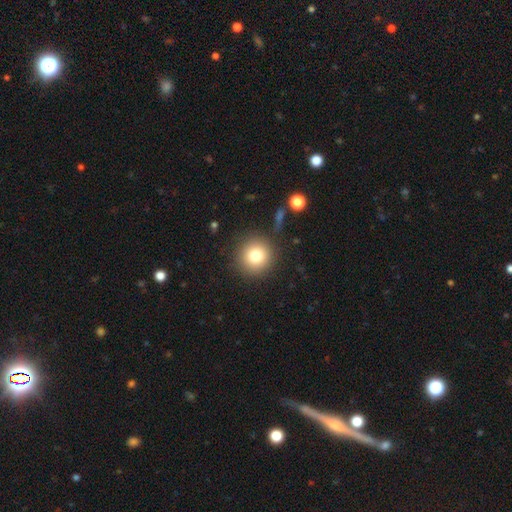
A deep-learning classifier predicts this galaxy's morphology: A smooth galaxy with no disk features (79%) that is round (94%). Merging: none (87%).